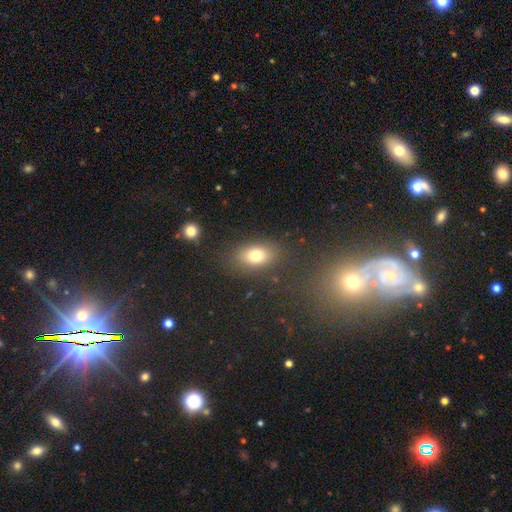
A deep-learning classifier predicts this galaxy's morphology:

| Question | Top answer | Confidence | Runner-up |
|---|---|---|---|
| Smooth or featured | smooth | 78% | featured or disk (12%) |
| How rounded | in between | 81% | round (15%) |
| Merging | none | 81% | minor disturbance (11%) |